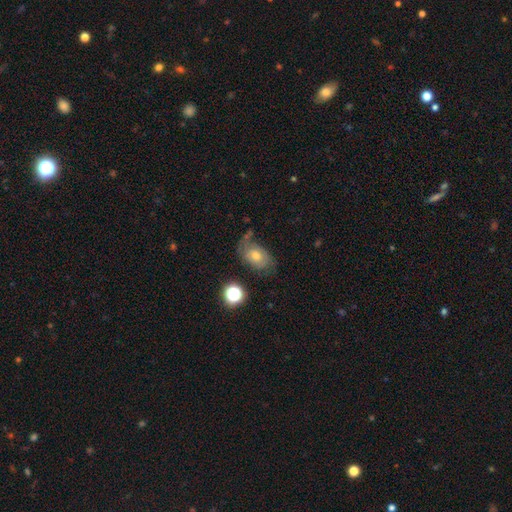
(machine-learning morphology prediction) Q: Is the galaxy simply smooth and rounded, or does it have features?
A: featured or disk — 43%, tied with smooth.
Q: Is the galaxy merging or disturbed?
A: none — 52%.